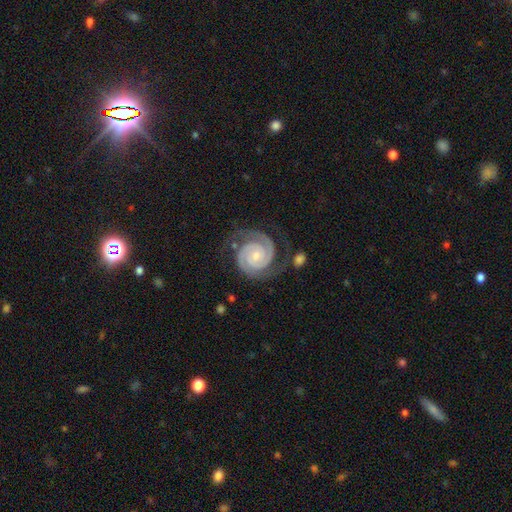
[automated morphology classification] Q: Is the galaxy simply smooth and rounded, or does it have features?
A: featured or disk — 93%.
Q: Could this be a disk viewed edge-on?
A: no — 98%.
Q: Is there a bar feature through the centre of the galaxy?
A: no — 65%.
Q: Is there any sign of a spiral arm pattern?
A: yes — 99%.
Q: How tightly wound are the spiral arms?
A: tight — 77%.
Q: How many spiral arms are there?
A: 2 — 91%.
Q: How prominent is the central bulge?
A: small — 61%.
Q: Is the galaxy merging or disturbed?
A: none — 73%.